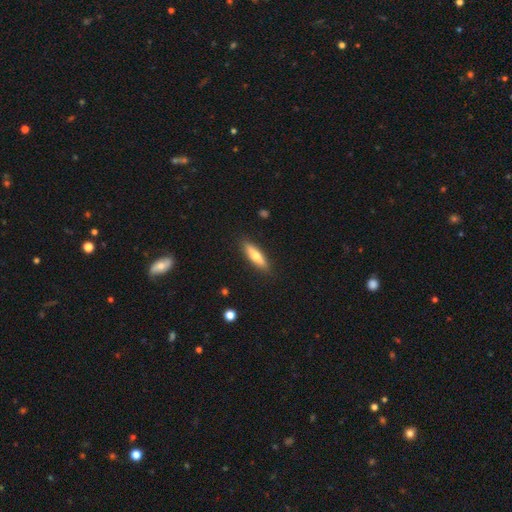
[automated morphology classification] smooth 62%, featured or disk 32%, star or artifact 6%. Down the decision tree: how rounded — cigar-shaped (69%); merging — none (88%).